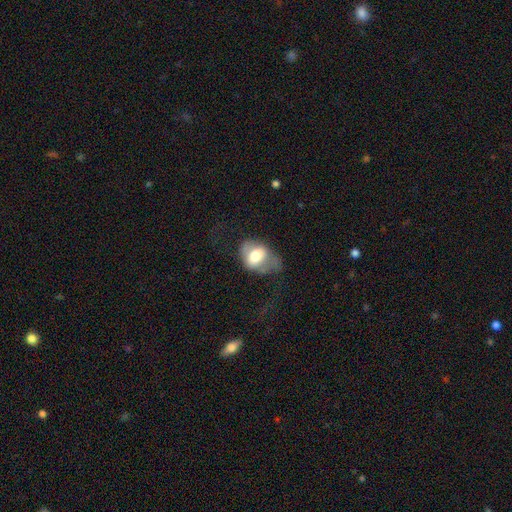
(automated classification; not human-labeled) A smooth galaxy with no disk features (65%) that is in between round and cigar-shaped (69%). Merging: major disturbance (39%).